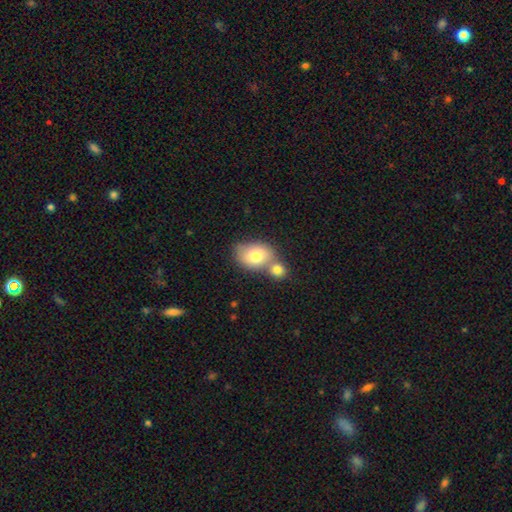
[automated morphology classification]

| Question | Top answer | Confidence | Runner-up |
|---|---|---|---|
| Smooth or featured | smooth | 76% | featured or disk (16%) |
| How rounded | in between | 66% | round (33%) |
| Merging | merger | 48% | none (38%) |